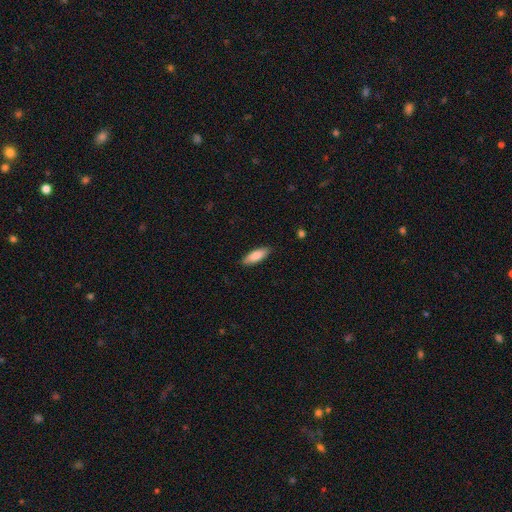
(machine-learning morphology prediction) smooth_or_featured: smooth (p=0.84) [alt: featured or disk p=0.10]
how_rounded: in between (p=0.65) [alt: cigar-shaped p=0.34]
merging: none (p=0.86) [alt: minor disturbance p=0.11]